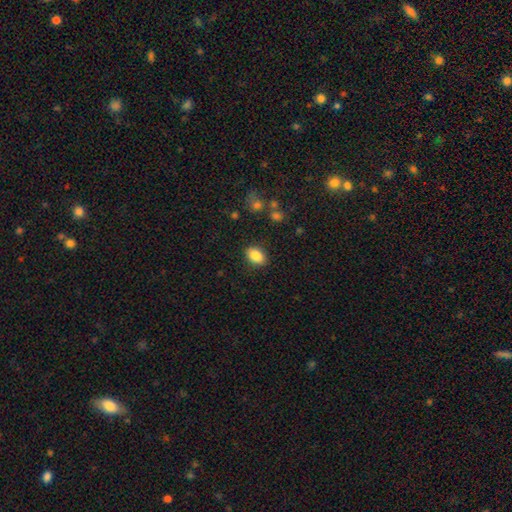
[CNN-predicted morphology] Smooth or featured: smooth — 85% (star or artifact — 8%)
How rounded: in between — 84% (round — 14%)
Merging: none — 87% (minor disturbance — 9%)